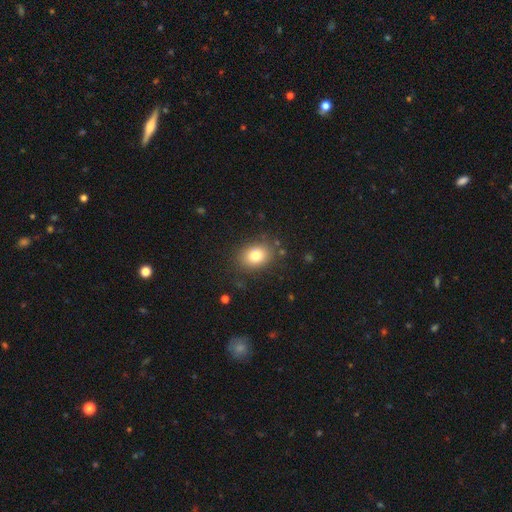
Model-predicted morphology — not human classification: type=smooth (80%); roundness=in between (61%); merging=none (84%).